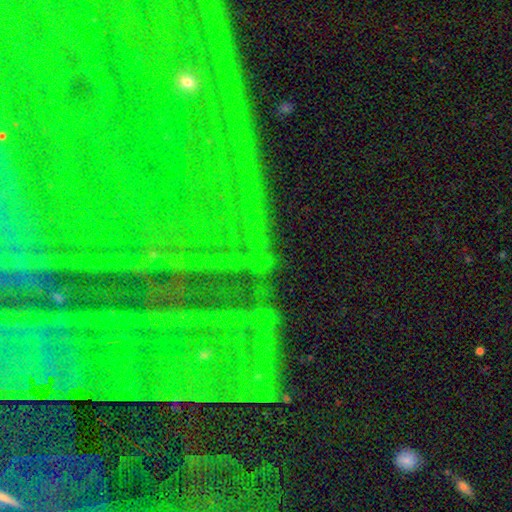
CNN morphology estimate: This is clearly a star or artifact rather than a galaxy (82%).